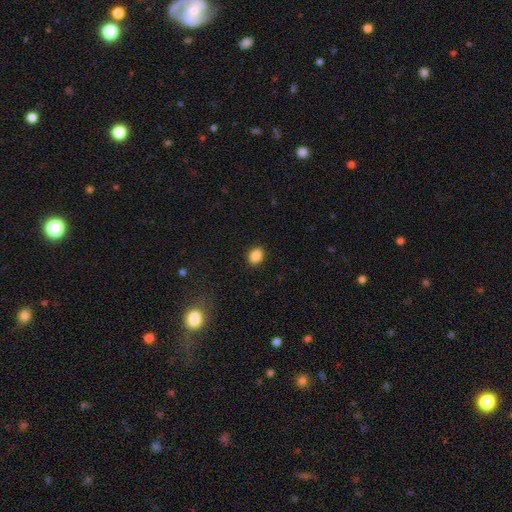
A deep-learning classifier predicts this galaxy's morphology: smooth 88%, star or artifact 9%, featured or disk 3%. Down the decision tree: how rounded — in between (60%); merging — none (89%).